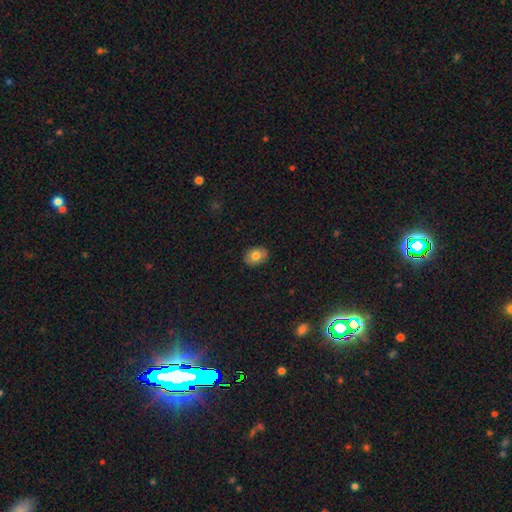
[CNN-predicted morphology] type=smooth (77%); roundness=in between (68%); merging=none (87%).